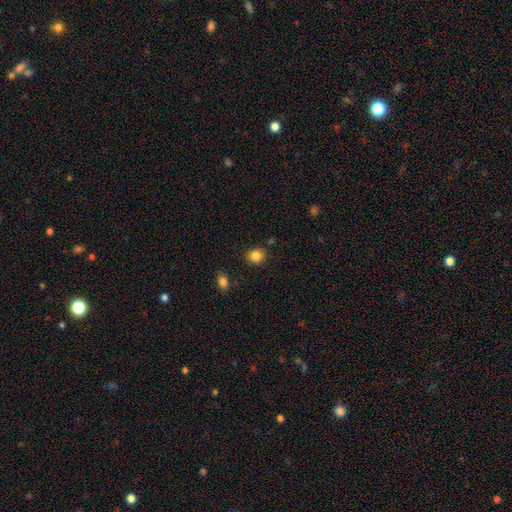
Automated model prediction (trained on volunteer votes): Smooth or featured? Predicted: smooth (p=0.85). How rounded? Predicted: round (p=0.79). Merging? Predicted: none (p=0.84).